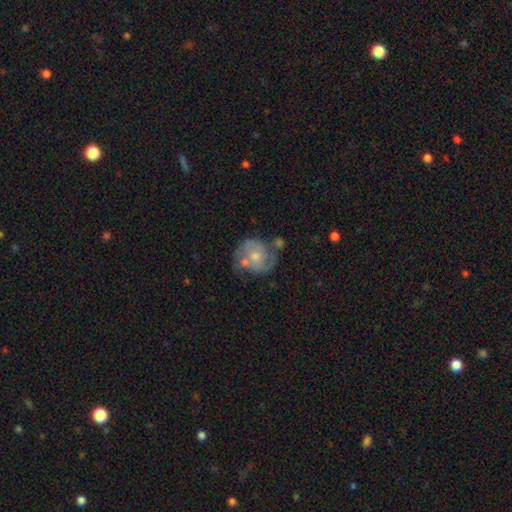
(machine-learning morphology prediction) This appears to be a featured or disk galaxy (69%) with no bar (73%), 2 (80%) medium (47%) spiral arms (85%) and a moderate central bulge (51%). Merging: none (49%).